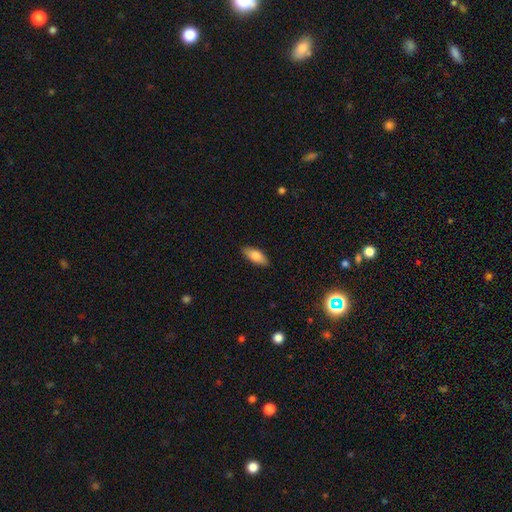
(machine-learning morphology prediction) Smooth or featured?
  - smooth: 81% *
  - featured or disk: 13%
  - star or artifact: 6%
How rounded?
  - in between: 80% *
  - cigar-shaped: 18%
  - round: 2%
Merging?
  - none: 87% *
  - minor disturbance: 10%
  - major disturbance: 2%
  - merger: 1%